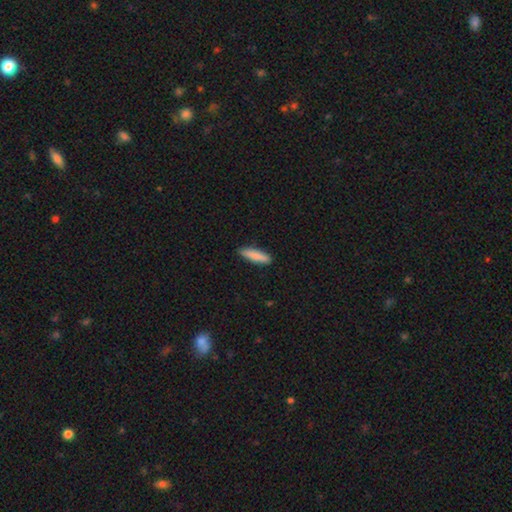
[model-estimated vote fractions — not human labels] smooth-or-featured: smooth: 86% | featured or disk: 8% | star or artifact: 6%
  how-rounded: cigar-shaped: 76% | in between: 23% | round: 1%
  merging: none: 88% | minor disturbance: 9% | major disturbance: 2% | merger: 1%